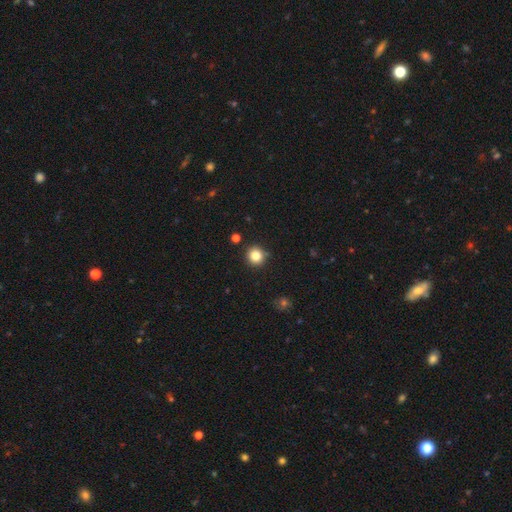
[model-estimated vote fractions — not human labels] smooth 83%, star or artifact 12%, featured or disk 5%. Down the decision tree: how rounded — round (91%); merging — none (88%).